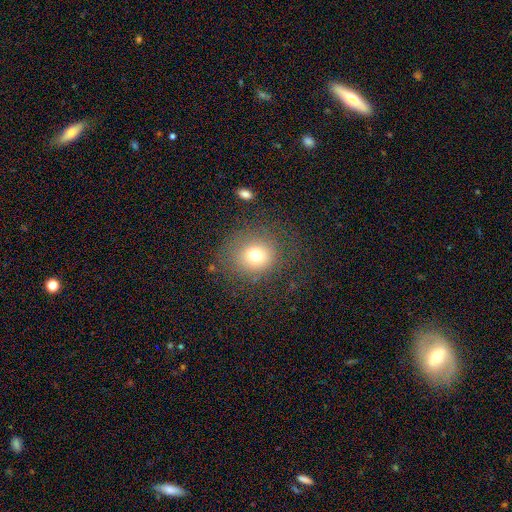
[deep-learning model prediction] Smooth or featured? Predicted: smooth (p=0.72). How rounded? Predicted: round (p=0.82). Merging? Predicted: none (p=0.73).